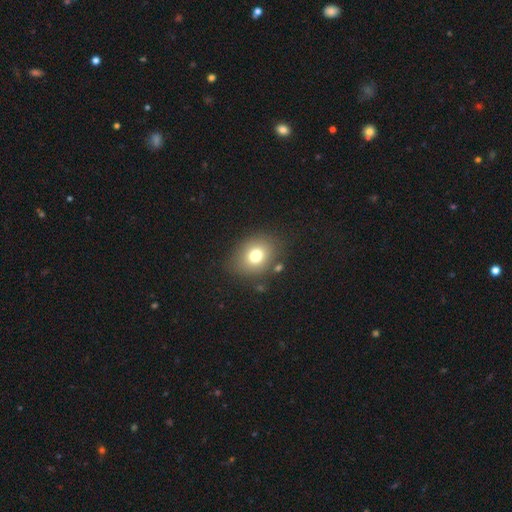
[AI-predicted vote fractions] Smooth or featured? smooth (76%)
How rounded? round (54%)
Merging? none (80%)